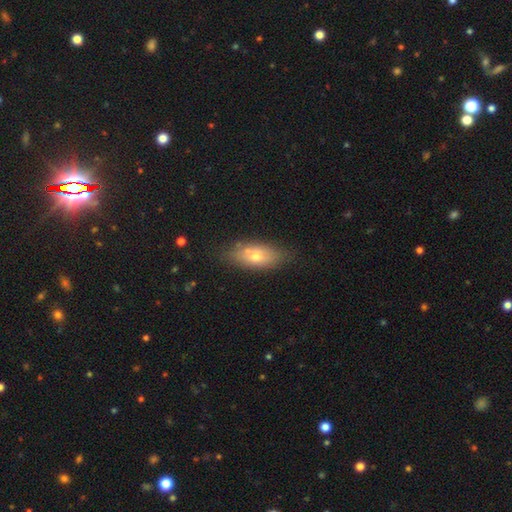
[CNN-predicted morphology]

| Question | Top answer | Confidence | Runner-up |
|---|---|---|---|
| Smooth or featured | smooth | 63% | featured or disk (28%) |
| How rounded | in between | 80% | cigar-shaped (14%) |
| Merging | none | 68% | minor disturbance (16%) |